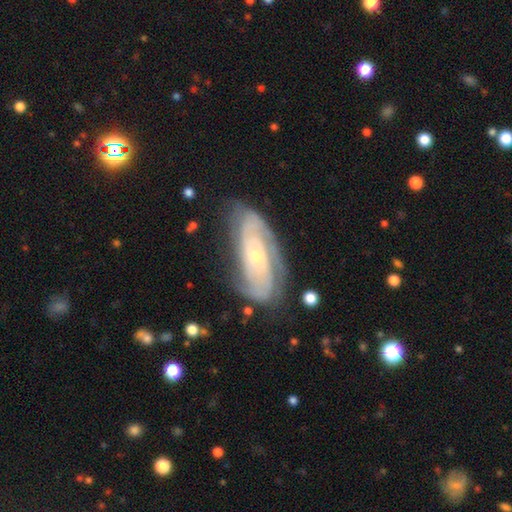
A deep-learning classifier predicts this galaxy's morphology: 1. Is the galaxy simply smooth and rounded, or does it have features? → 84% featured or disk, 10% smooth, 6% star or artifact.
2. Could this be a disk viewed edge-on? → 93% no, 7% yes.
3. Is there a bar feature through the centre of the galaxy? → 68% no, 25% weak, 8% strong.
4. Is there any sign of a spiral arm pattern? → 95% yes, 5% no.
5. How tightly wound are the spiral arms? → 63% tight, 29% medium, 8% loose.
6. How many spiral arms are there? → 44% 2, 27% can't tell, 15% 3, 6% 4, 4% 1, 4% more than 4.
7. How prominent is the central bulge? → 72% small, 25% moderate, 1% large, 1% none, 1% dominant.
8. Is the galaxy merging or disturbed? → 71% none, 20% minor disturbance, 7% major disturbance, 2% merger.